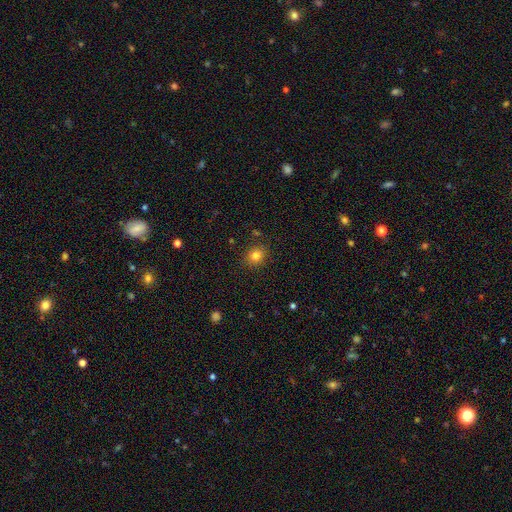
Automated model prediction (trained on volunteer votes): smooth 80%, star or artifact 13%, featured or disk 7%. Down the decision tree: how rounded — round (73%); merging — none (86%).